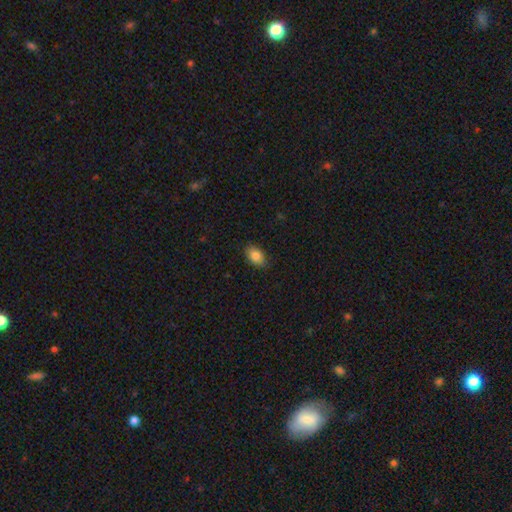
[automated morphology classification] Q: Smooth or featured?
A: smooth (85%); runner-up: star or artifact (8%)
Q: How rounded?
A: in between (86%); runner-up: round (12%)
Q: Merging?
A: none (86%); runner-up: minor disturbance (11%)